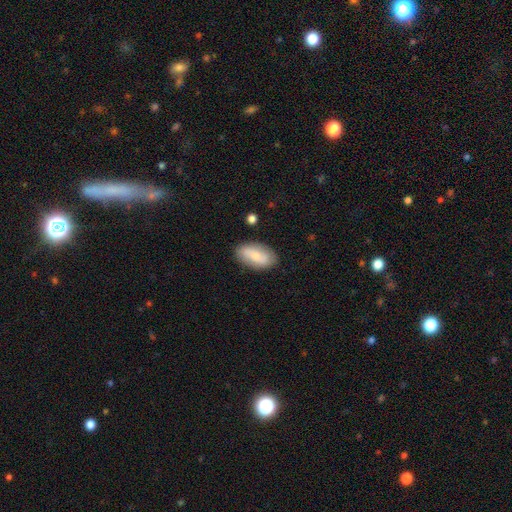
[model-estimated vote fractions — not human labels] Smooth or featured: smooth — 63% (featured or disk — 30%)
How rounded: in between — 92% (cigar-shaped — 4%)
Merging: none — 83% (minor disturbance — 12%)